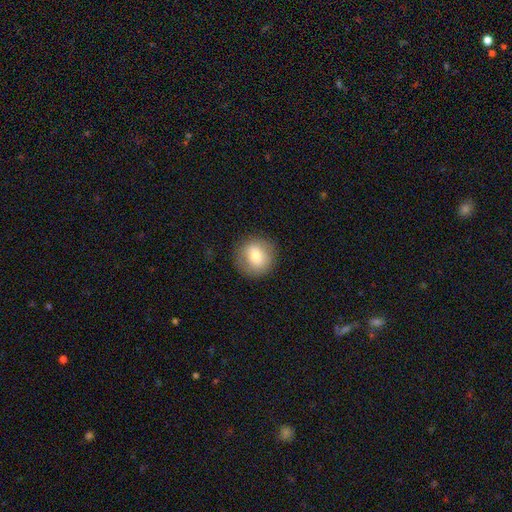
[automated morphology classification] Overall: smooth (72%). How rounded: round (88%). Merging: none (86%).